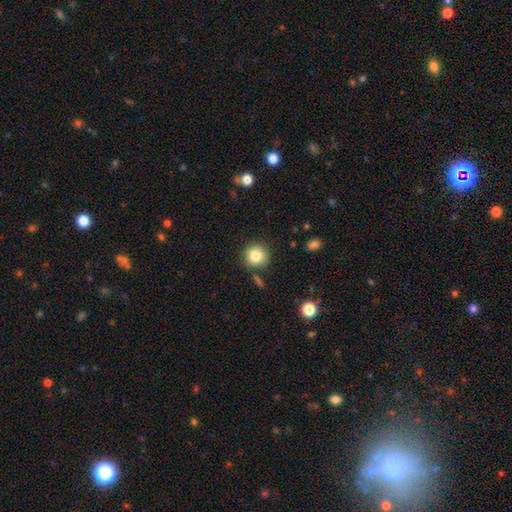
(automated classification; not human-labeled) Smooth or featured?
  - smooth: 82% *
  - star or artifact: 10%
  - featured or disk: 8%
How rounded?
  - round: 91% *
  - in between: 8%
  - cigar-shaped: 1%
Merging?
  - none: 83% *
  - minor disturbance: 10%
  - merger: 4%
  - major disturbance: 3%